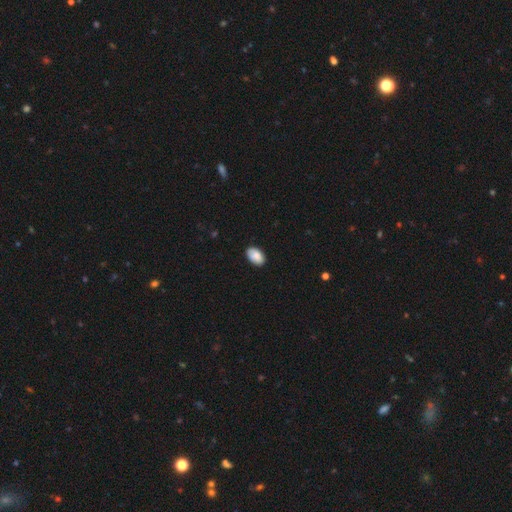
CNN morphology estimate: A smooth galaxy with no disk features (87%) that is in between round and cigar-shaped (92%).

Vote fractions:
- Smooth or featured? smooth: 87% / featured or disk: 7% / star or artifact: 6%
- How rounded? in between: 92% / round: 7% / cigar-shaped: 1%
- Merging? none: 87% / minor disturbance: 11% / major disturbance: 2% / merger: 1%